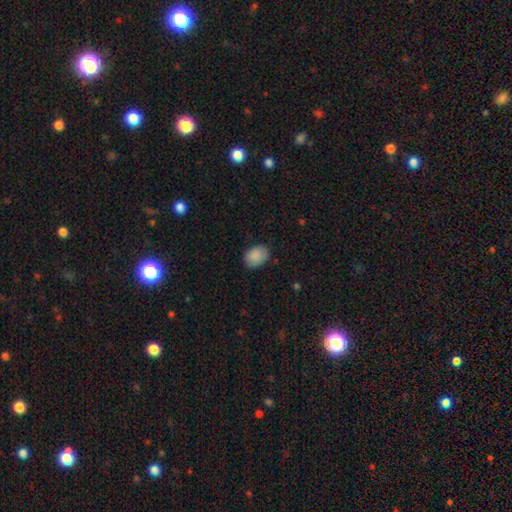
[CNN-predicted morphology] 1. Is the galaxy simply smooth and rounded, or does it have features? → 88% smooth, 7% star or artifact, 5% featured or disk.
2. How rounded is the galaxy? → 70% in between, 29% round, 1% cigar-shaped.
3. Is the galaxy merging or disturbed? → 79% none, 16% minor disturbance, 3% major disturbance, 1% merger.